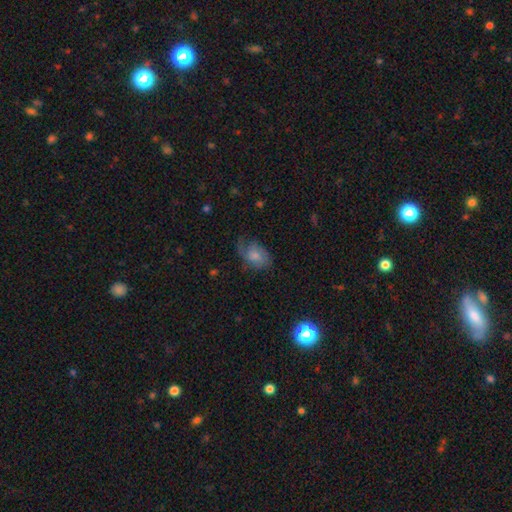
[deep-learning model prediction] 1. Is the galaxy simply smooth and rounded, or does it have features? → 46% smooth, 42% featured or disk, 11% star or artifact.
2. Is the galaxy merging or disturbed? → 50% none, 28% minor disturbance, 20% major disturbance, 2% merger.